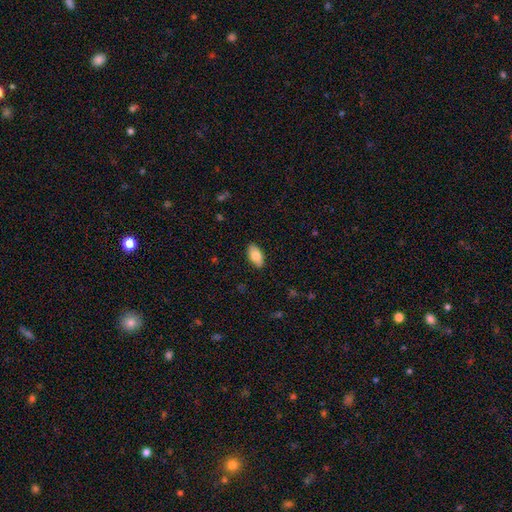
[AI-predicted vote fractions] smooth-or-featured: smooth: 78% | featured or disk: 16% | star or artifact: 6%
  how-rounded: in between: 92% | cigar-shaped: 5% | round: 3%
  merging: none: 88% | minor disturbance: 9% | major disturbance: 2% | merger: 1%